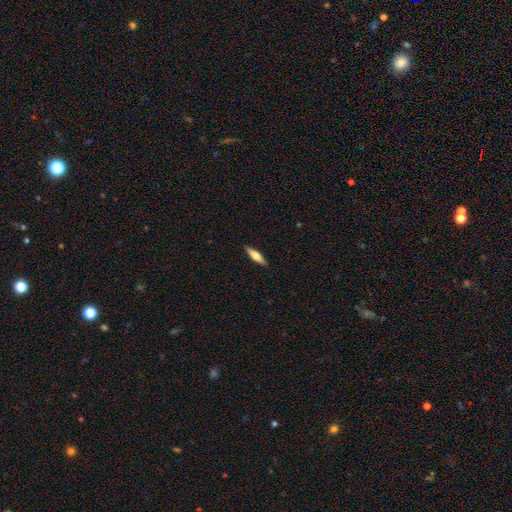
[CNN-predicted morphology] smooth_or_featured: smooth (p=0.55) [alt: featured or disk p=0.39]
how_rounded: cigar-shaped (p=0.73) [alt: in between p=0.25]
merging: none (p=0.90) [alt: minor disturbance p=0.08]